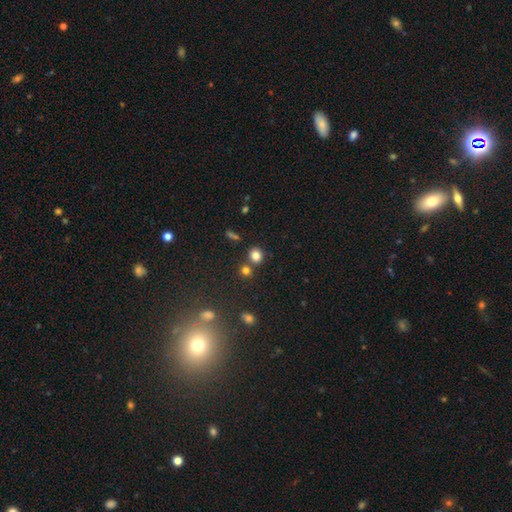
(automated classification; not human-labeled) This is clearly a smooth galaxy (80%). How rounded: likely round (75%). Merging: likely none (72%).